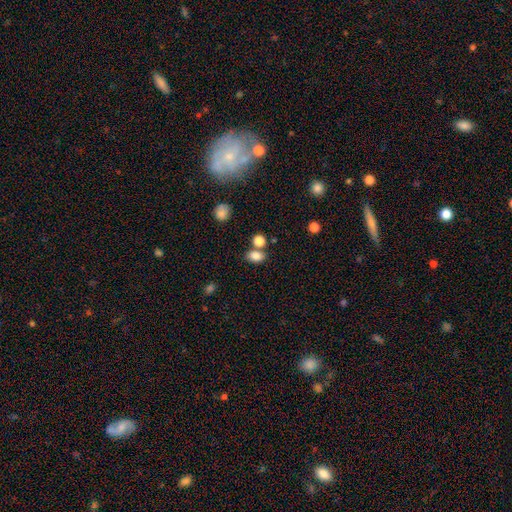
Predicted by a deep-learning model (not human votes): smooth_or_featured: smooth (p=0.83) [alt: star or artifact p=0.11]
how_rounded: in between (p=0.77) [alt: round p=0.21]
merging: none (p=0.64) [alt: merger p=0.22]